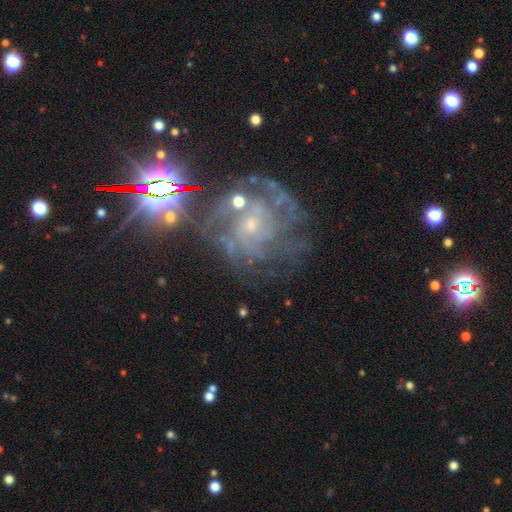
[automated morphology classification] featured or disk 70%, star or artifact 22%, smooth 8%. Down the decision tree: edge-on disk — no (97%); bar — no (57%); spiral arms — yes (92%); spiral arm count — can't tell (35%); spiral winding — tight (63%); bulge size — small (77%); merging — none (67%).